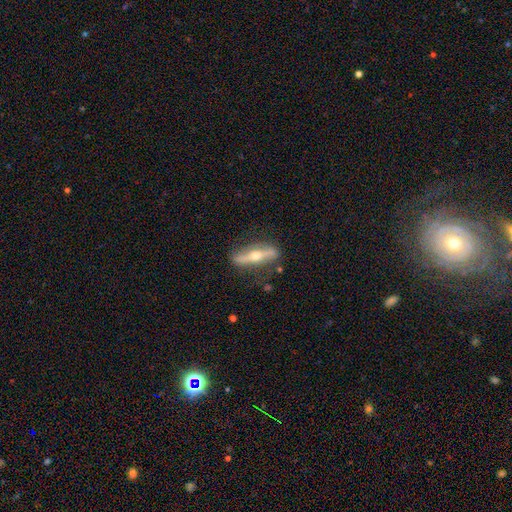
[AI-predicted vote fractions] A featured or disk galaxy (72%) viewed edge-on (75%) with a rounded central bulge (94%).

Vote fractions:
- Smooth or featured? featured or disk: 72% / smooth: 22% / star or artifact: 6%
- Edge-on disk? yes: 75% / no: 25%
- Edge-on bulge? rounded: 94% / none: 4% / boxy: 2%
- Merging? none: 81% / minor disturbance: 13% / major disturbance: 4% / merger: 2%